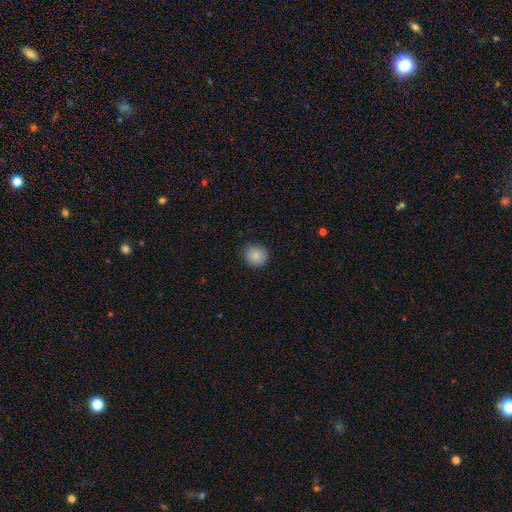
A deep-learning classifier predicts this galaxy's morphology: A smooth galaxy with no disk features (86%) that is round (87%). Merging: none (86%).